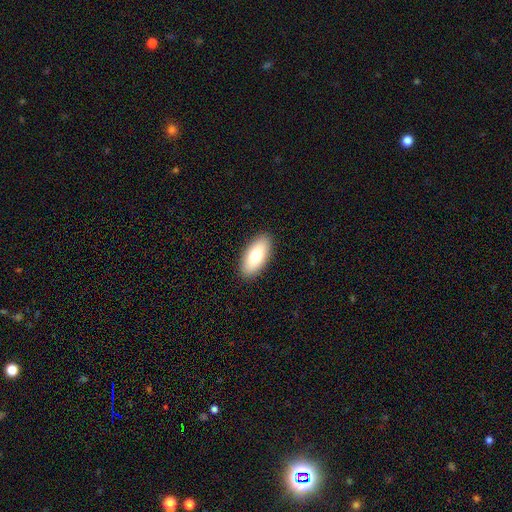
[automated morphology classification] Smooth or featured? Predicted: smooth (p=0.74). How rounded? Predicted: in between (p=0.90). Merging? Predicted: none (p=0.90).